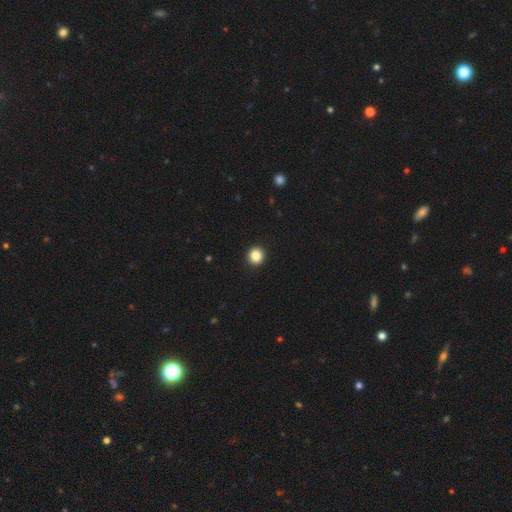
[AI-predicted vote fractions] Smooth or featured? Predicted: smooth (p=0.86). How rounded? Predicted: round (p=0.91). Merging? Predicted: none (p=0.94).